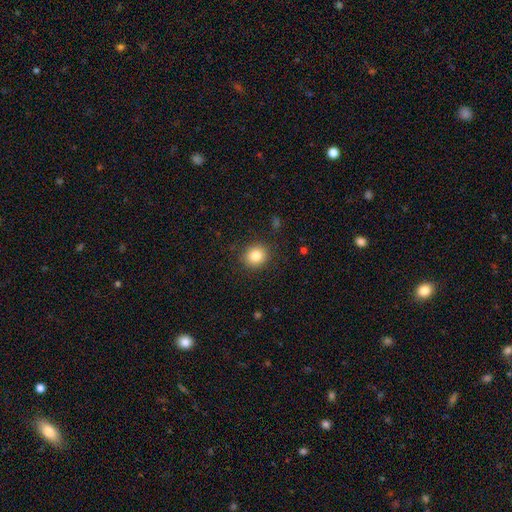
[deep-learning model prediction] Overall: smooth (83%). How rounded: round (87%). Merging: none (88%).